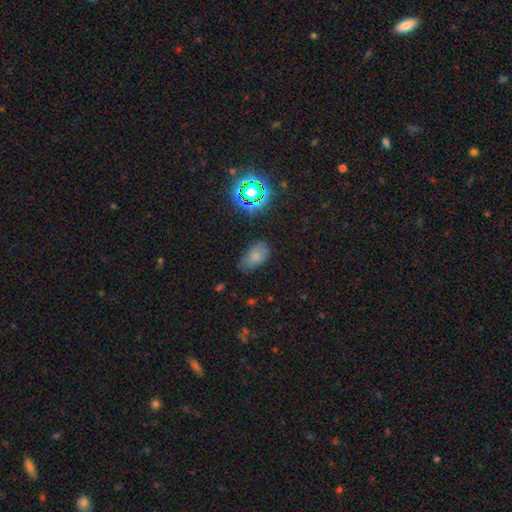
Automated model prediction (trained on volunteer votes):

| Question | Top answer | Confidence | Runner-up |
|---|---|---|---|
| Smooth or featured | smooth | 69% | star or artifact (17%) |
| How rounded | in between | 91% | round (7%) |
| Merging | none | 69% | minor disturbance (23%) |